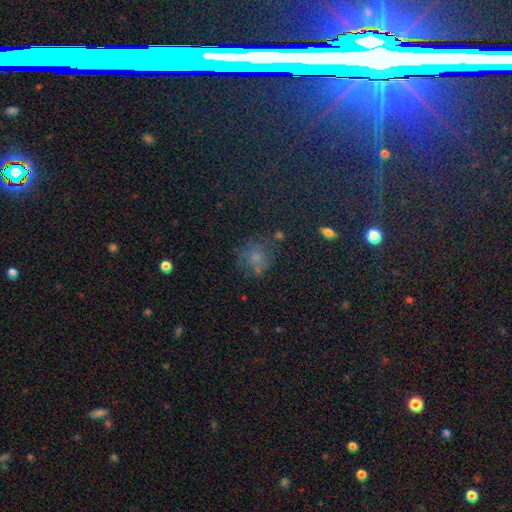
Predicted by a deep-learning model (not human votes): Overall: smooth (56%; star or artifact 28%). How rounded: round (77%). Merging: none (62%).